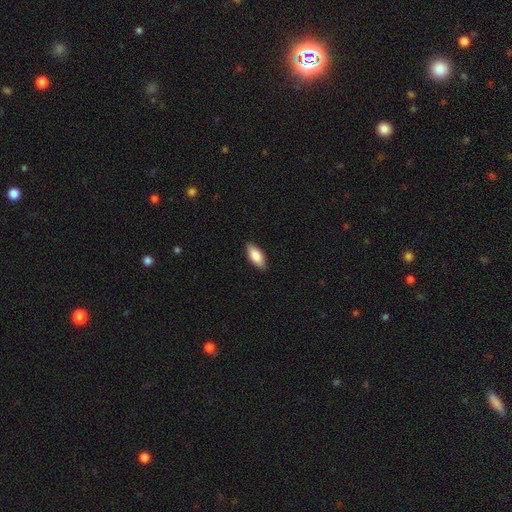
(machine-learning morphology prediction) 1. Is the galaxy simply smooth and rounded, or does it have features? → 83% smooth, 12% featured or disk, 6% star or artifact.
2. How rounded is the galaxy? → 83% in between, 15% cigar-shaped, 2% round.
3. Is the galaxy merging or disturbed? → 88% none, 9% minor disturbance, 2% major disturbance, 1% merger.